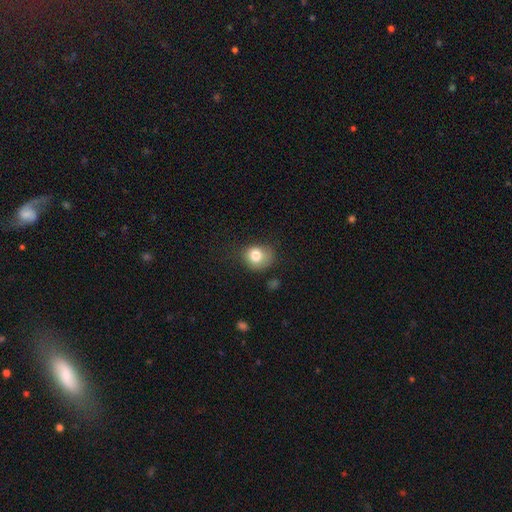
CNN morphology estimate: smooth-or-featured: smooth: 80% | featured or disk: 10% | star or artifact: 10%
  how-rounded: round: 69% | in between: 30% | cigar-shaped: 1%
  merging: none: 56% | minor disturbance: 30% | major disturbance: 12% | merger: 3%